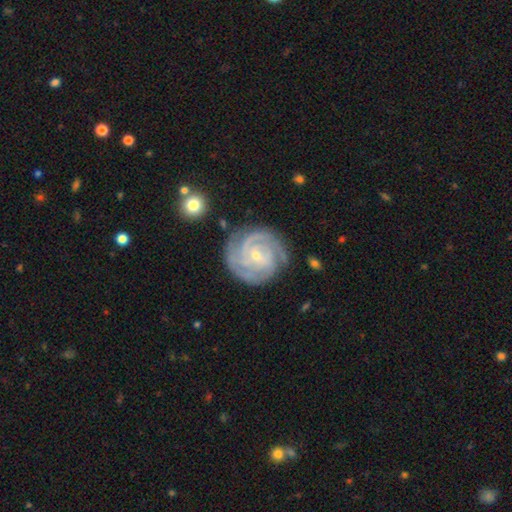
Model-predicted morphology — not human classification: smooth_or_featured: featured or disk (p=0.89) [alt: smooth p=0.06]
disk_edge_on: no (p=0.98) [alt: yes p=0.02]
bar: no (p=0.60) [alt: weak p=0.31]
has_spiral_arms: yes (p=0.98) [alt: no p=0.02]
spiral_winding: tight (p=0.75) [alt: medium p=0.22]
spiral_arm_count: 3 (p=0.39) [alt: 2 p=0.19]
bulge_size: small (p=0.74) [alt: moderate p=0.23]
merging: none (p=0.78) [alt: minor disturbance p=0.15]